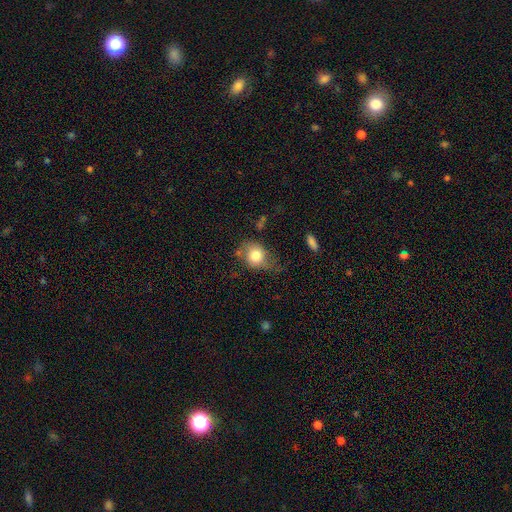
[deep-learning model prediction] Q: Smooth or featured?
A: smooth (76%); runner-up: featured or disk (16%)
Q: How rounded?
A: round (60%); runner-up: in between (39%)
Q: Merging?
A: none (48%); runner-up: minor disturbance (32%)